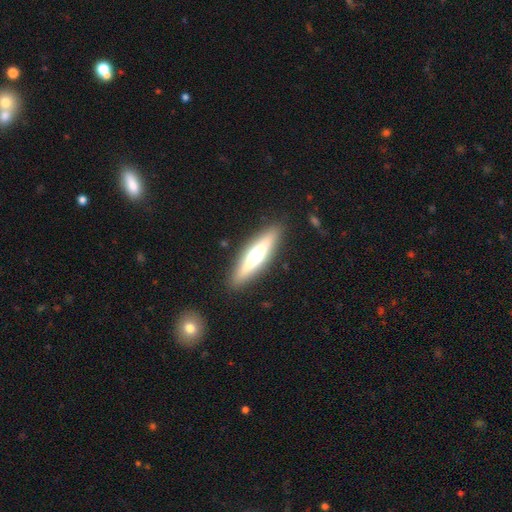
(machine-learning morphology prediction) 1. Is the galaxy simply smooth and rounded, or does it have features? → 53% featured or disk, 41% smooth, 6% star or artifact.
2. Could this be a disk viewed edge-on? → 91% yes, 9% no.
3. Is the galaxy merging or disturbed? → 89% none, 8% minor disturbance, 2% major disturbance, 1% merger.